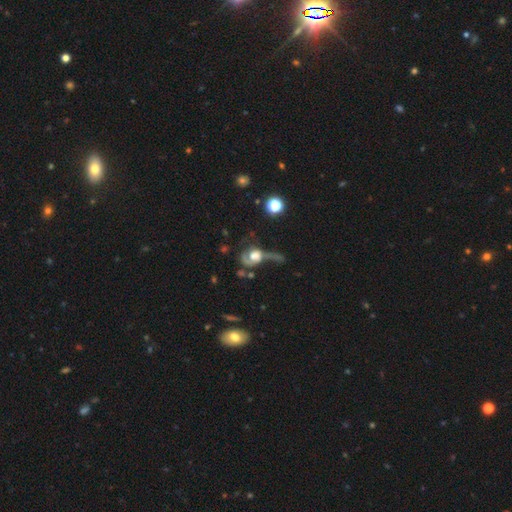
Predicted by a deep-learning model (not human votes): Overall: featured or disk (59%; smooth 30%). Edge-on disk: no (94%). Bar: no (78%). Spiral arms: yes (70%; no 30%). Bulge size: large (47%; moderate 30%). Merging: major disturbance (47%; none 20%).